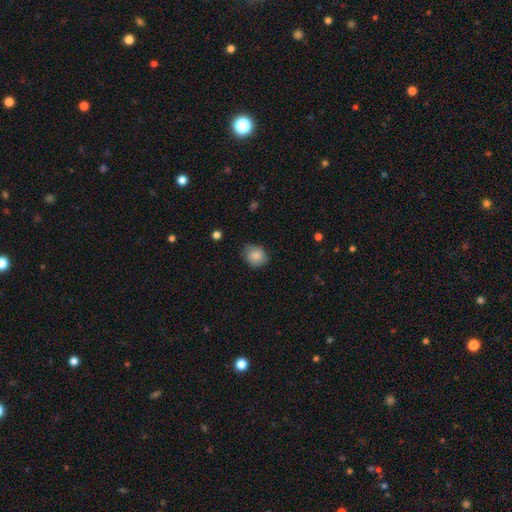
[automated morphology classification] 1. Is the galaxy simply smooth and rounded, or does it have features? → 81% smooth, 12% featured or disk, 8% star or artifact.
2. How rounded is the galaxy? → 62% round, 37% in between, 1% cigar-shaped.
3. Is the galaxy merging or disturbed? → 71% none, 24% minor disturbance, 5% major disturbance, 1% merger.